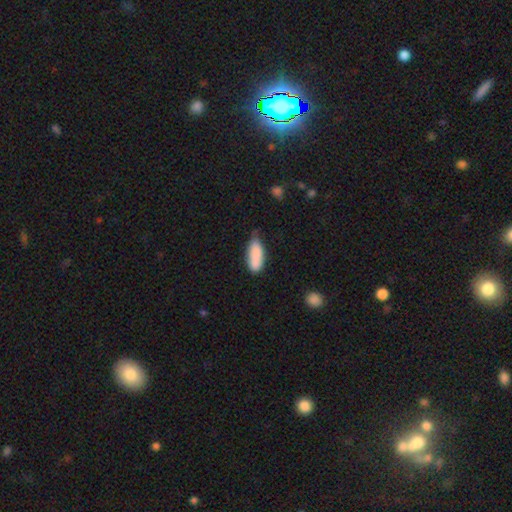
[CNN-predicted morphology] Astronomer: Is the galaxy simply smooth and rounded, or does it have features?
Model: smooth — 86%.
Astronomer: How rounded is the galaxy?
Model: in between — 72%.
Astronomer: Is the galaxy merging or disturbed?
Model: none — 53% (runner-up: minor disturbance, 36%).